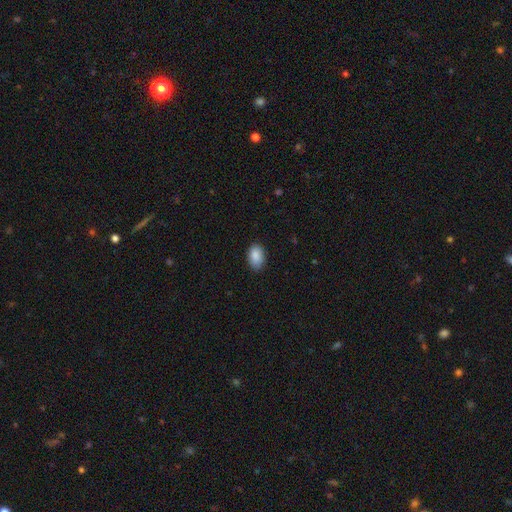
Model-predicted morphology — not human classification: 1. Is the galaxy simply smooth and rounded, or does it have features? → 89% smooth, 7% star or artifact, 4% featured or disk.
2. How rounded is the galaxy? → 90% in between, 8% round, 1% cigar-shaped.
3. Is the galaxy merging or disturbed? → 85% none, 12% minor disturbance, 2% major disturbance, 1% merger.